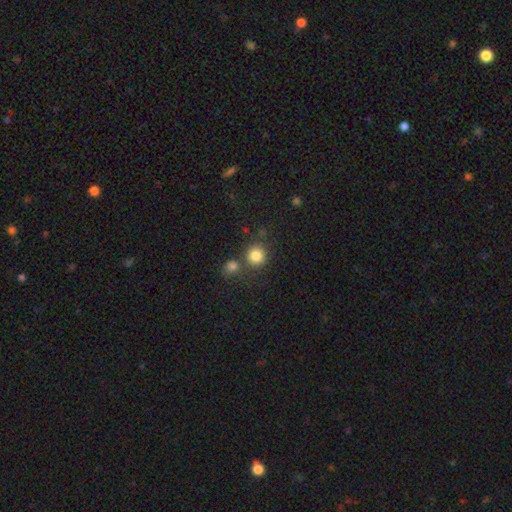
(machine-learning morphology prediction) Overall: smooth (82%). How rounded: round (89%). Merging: none (67%).